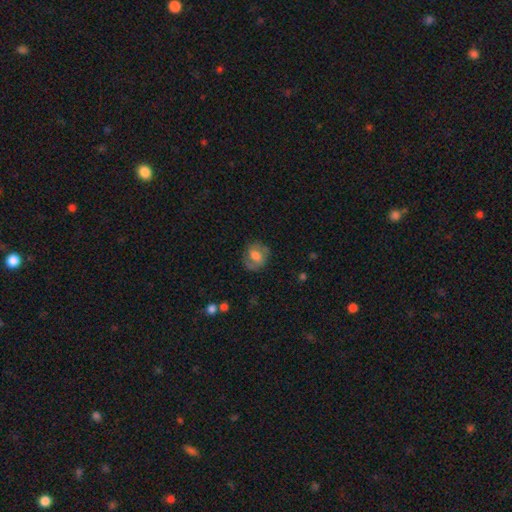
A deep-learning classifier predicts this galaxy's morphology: smooth_or_featured: smooth (p=0.57) [alt: featured or disk p=0.35]
how_rounded: round (p=0.63) [alt: in between p=0.35]
merging: none (p=0.70) [alt: minor disturbance p=0.19]